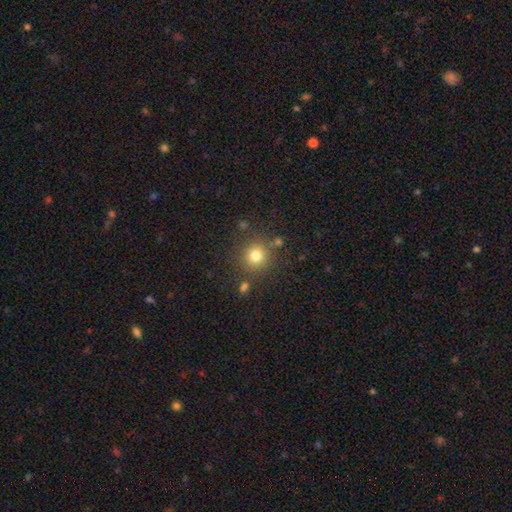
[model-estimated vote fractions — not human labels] This is likely a smooth galaxy (79%). How rounded: clearly round (92%). Merging: clearly none (82%).